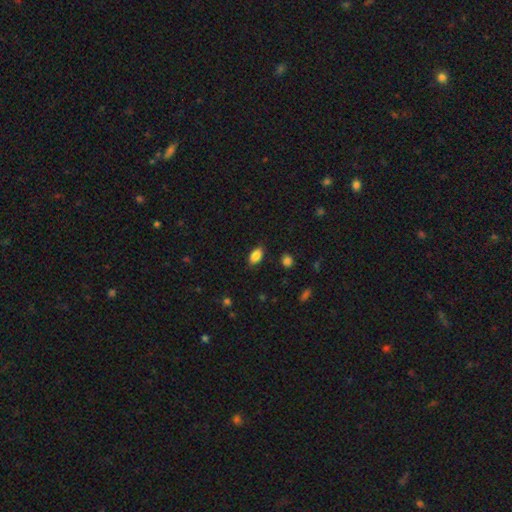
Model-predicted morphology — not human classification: smooth-or-featured: smooth: 87% | star or artifact: 8% | featured or disk: 5%
  how-rounded: in between: 91% | round: 6% | cigar-shaped: 3%
  merging: none: 85% | minor disturbance: 11% | major disturbance: 3% | merger: 1%